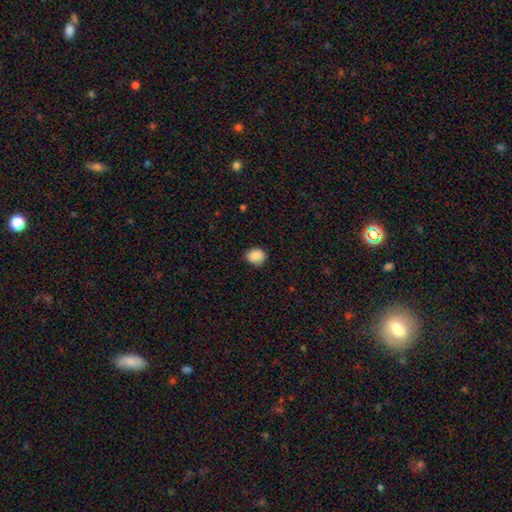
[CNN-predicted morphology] A smooth galaxy with no disk features (89%) that is round (60%).

Vote fractions:
- Smooth or featured? smooth: 89% / star or artifact: 8% / featured or disk: 3%
- How rounded? round: 60% / in between: 39% / cigar-shaped: 1%
- Merging? none: 82% / minor disturbance: 14% / major disturbance: 3% / merger: 1%